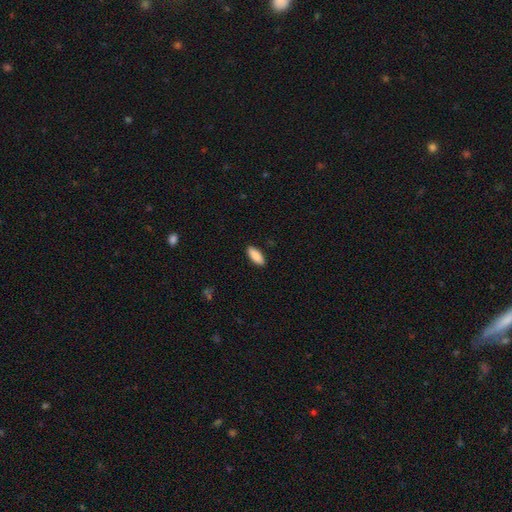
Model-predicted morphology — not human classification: smooth_or_featured: smooth (p=0.88) [alt: featured or disk p=0.07]
how_rounded: in between (p=0.79) [alt: cigar-shaped p=0.19]
merging: none (p=0.90) [alt: minor disturbance p=0.07]